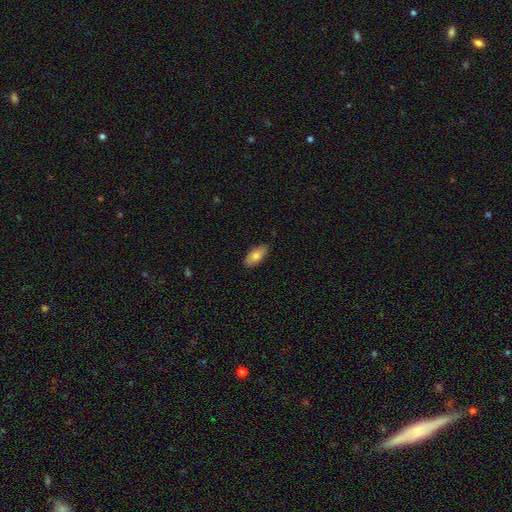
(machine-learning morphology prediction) This is likely a smooth galaxy (76%). How rounded: clearly in between (88%). Merging: clearly none (86%).